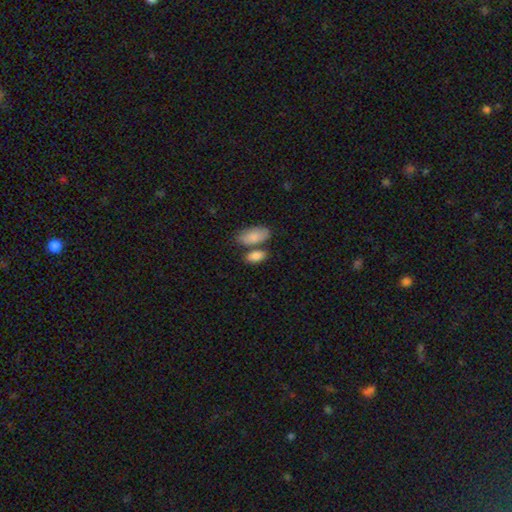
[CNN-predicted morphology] A smooth galaxy with no disk features (86%) that is in between round and cigar-shaped (90%).

Vote fractions:
- Smooth or featured? smooth: 86% / featured or disk: 8% / star or artifact: 6%
- How rounded? in between: 90% / cigar-shaped: 6% / round: 5%
- Merging? none: 55% / merger: 29% / minor disturbance: 12% / major disturbance: 4%